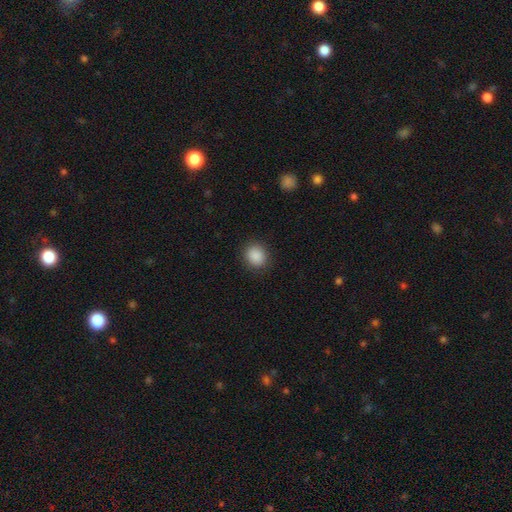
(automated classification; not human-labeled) Smooth or featured? Predicted: smooth (p=0.88). How rounded? Predicted: round (p=0.76). Merging? Predicted: none (p=0.89).